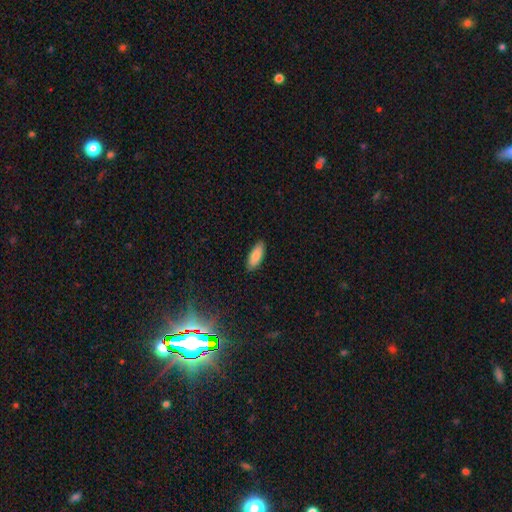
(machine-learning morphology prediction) Q: Smooth or featured?
A: smooth (89%); runner-up: star or artifact (6%)
Q: How rounded?
A: in between (78%); runner-up: cigar-shaped (20%)
Q: Merging?
A: none (88%); runner-up: minor disturbance (9%)